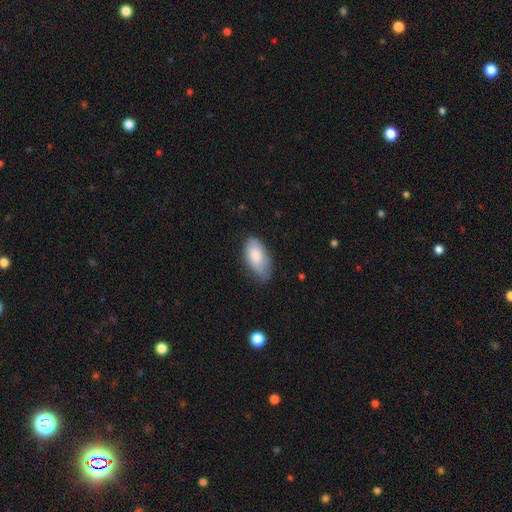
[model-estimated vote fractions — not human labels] smooth_or_featured: smooth (p=0.79) [alt: featured or disk p=0.15]
how_rounded: in between (p=0.94) [alt: cigar-shaped p=0.04]
merging: none (p=0.59) [alt: minor disturbance p=0.32]